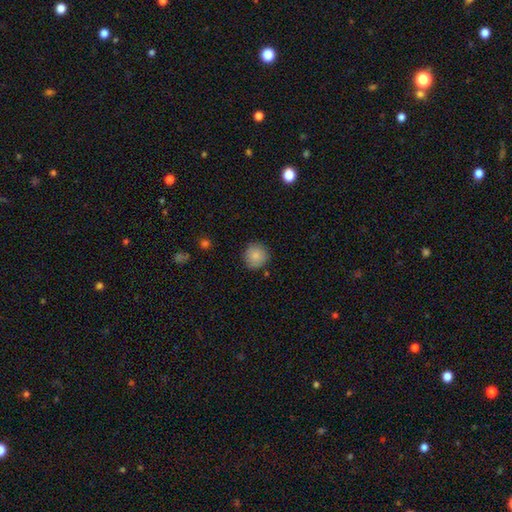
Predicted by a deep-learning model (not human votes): A smooth galaxy with no disk features (86%) that is round (93%).

Vote fractions:
- Smooth or featured? smooth: 86% / star or artifact: 8% / featured or disk: 6%
- How rounded? round: 93% / in between: 6% / cigar-shaped: 1%
- Merging? none: 87% / minor disturbance: 9% / major disturbance: 2% / merger: 2%